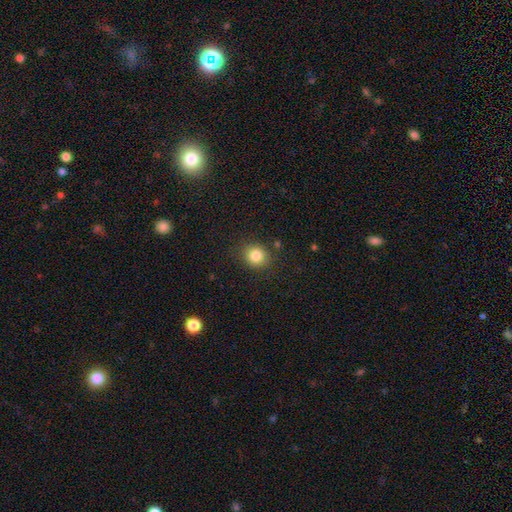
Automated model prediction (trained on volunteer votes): Smooth or featured: smooth — 83% (star or artifact — 11%)
How rounded: round — 81% (in between — 18%)
Merging: none — 86% (minor disturbance — 9%)